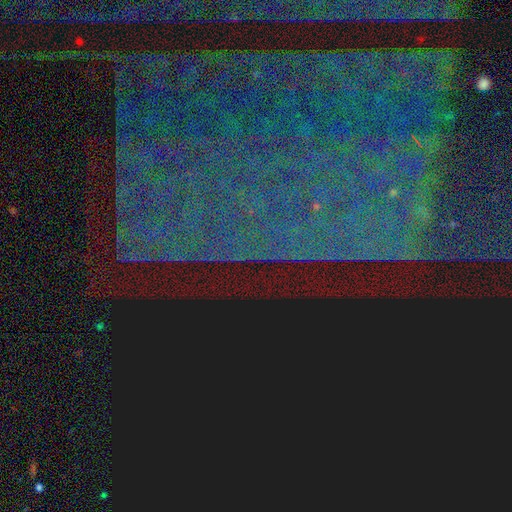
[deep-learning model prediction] Q: Smooth or featured?
A: star or artifact (87%); runner-up: featured or disk (7%)